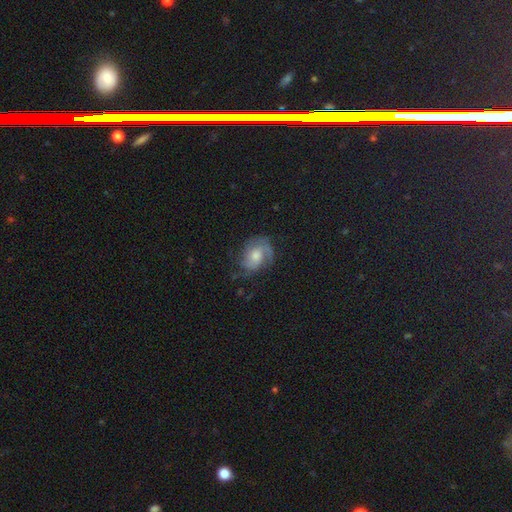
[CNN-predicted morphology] A featured or disk galaxy (73%) with no bar (71%), 2 (45%) medium (43%) spiral arms (93%) and a moderate central bulge (58%). Merging: none (62%).